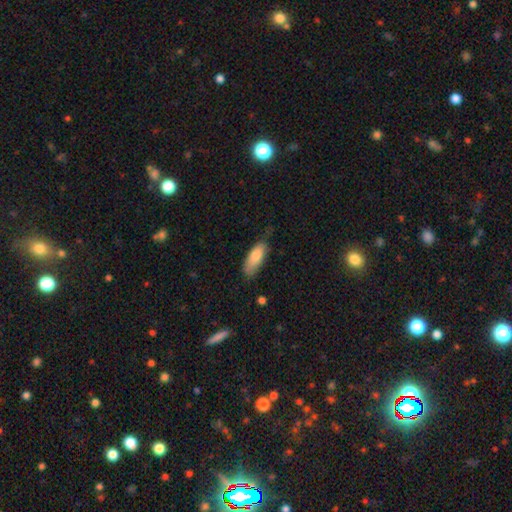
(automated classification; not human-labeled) Smooth or featured? Predicted: smooth (p=0.82). How rounded? Predicted: in between (p=0.71). Merging? Predicted: none (p=0.61).